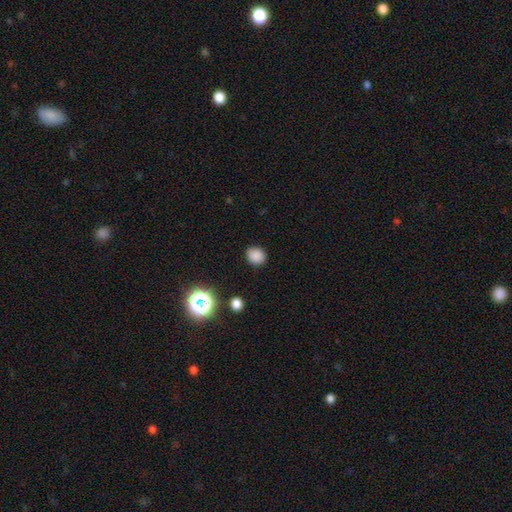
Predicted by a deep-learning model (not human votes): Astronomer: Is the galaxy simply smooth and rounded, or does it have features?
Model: smooth — 83%.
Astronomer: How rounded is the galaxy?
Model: round — 76%.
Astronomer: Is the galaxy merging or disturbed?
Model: none — 87%.